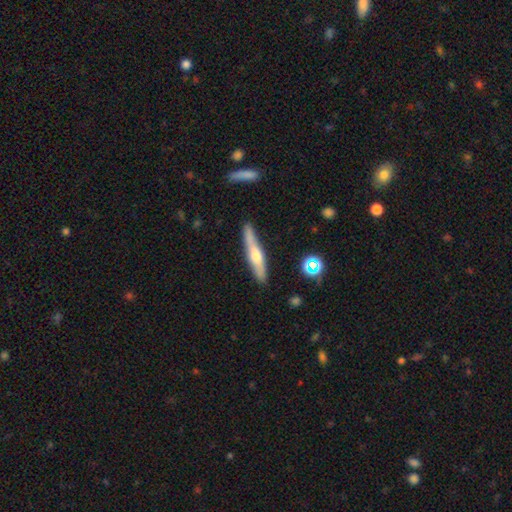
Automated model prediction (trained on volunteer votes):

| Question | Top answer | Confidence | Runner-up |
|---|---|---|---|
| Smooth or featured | featured or disk | 50% | smooth (44%) |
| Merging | none | 83% | minor disturbance (12%) |